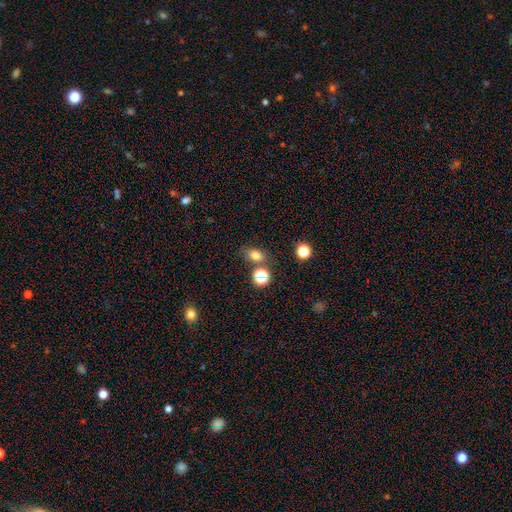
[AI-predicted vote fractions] A smooth galaxy with no disk features (76%) that is in between round and cigar-shaped (63%). Merging: none (69%).